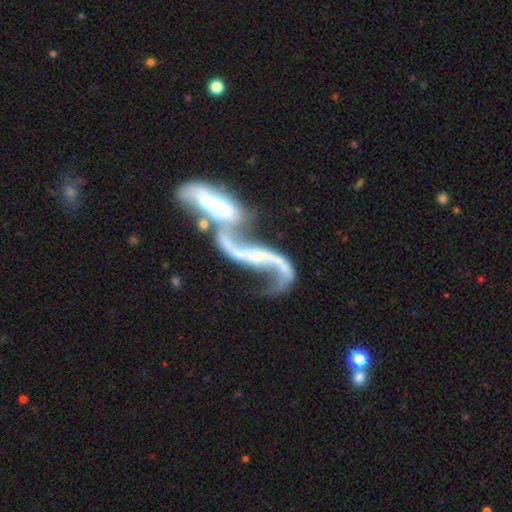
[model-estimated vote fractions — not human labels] smooth-or-featured: featured or disk: 84% | smooth: 9% | star or artifact: 7%
  disk-edge-on: no: 91% | yes: 9%
    bar: no: 47% | weak: 31% | strong: 22%
    has-spiral-arms: yes: 87% | no: 13%
      spiral-winding: loose: 87% | medium: 10% | tight: 3%
      spiral-arm-count: 2: 85% | 1: 7% | can't tell: 5% | 3: 1% | 4: 1% | more than 4: 1%
    bulge-size: small: 47% | none: 28% | moderate: 20% | large: 3% | dominant: 1%
  merging: merger: 73% | none: 12% | major disturbance: 9% | minor disturbance: 6%